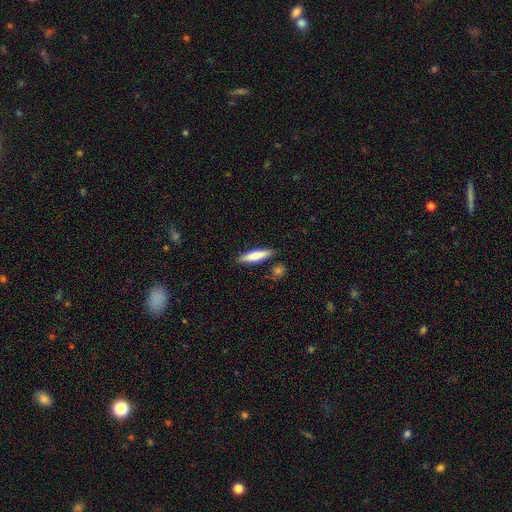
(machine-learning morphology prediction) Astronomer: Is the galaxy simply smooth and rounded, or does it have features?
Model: smooth — 70%.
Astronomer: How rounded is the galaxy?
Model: cigar-shaped — 78%.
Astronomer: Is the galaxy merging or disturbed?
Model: none — 85%.